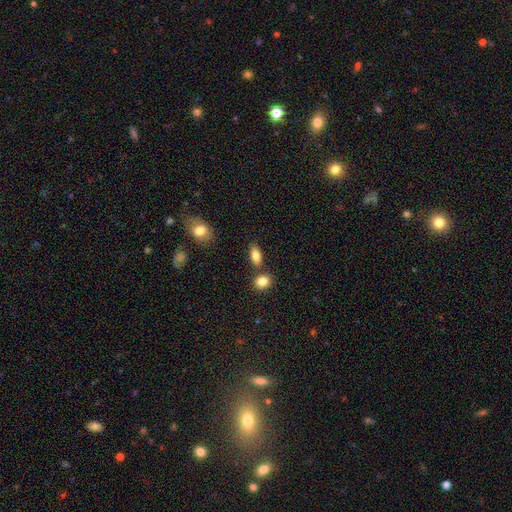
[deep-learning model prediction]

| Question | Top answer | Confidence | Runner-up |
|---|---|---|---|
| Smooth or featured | smooth | 82% | featured or disk (10%) |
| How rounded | in between | 80% | cigar-shaped (11%) |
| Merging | none | 73% | merger (13%) |